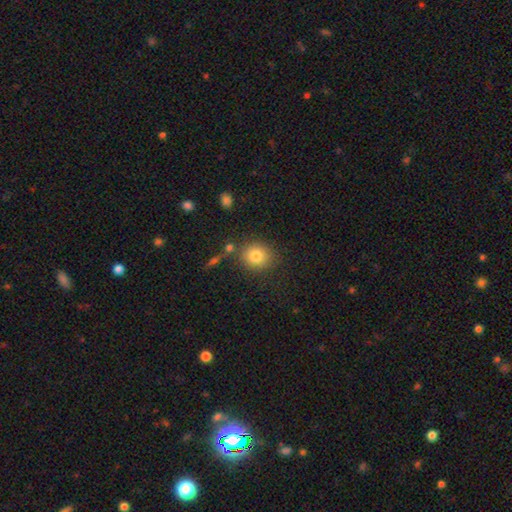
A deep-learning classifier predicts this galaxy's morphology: Smooth or featured? smooth (81%)
How rounded? round (83%)
Merging? none (78%)